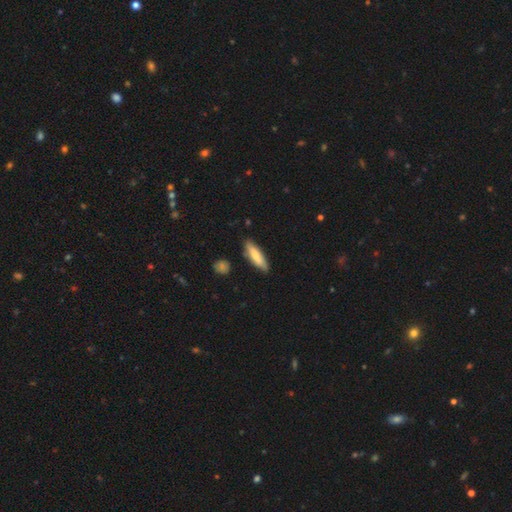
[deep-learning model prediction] This appears to be a smooth galaxy with no disk features (72%) that is cigar-shaped (63%). Merging: none (80%).